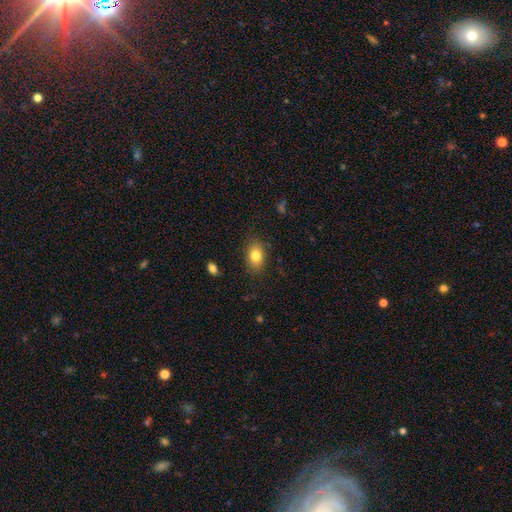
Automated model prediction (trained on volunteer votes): Smooth or featured: smooth — 81% (featured or disk — 10%)
How rounded: in between — 82% (round — 16%)
Merging: none — 84% (minor disturbance — 12%)